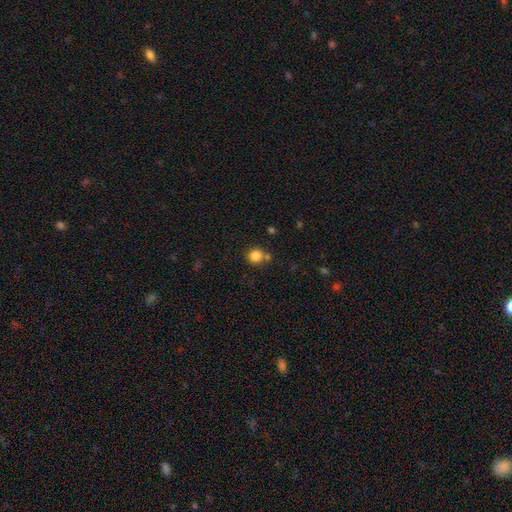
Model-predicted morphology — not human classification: Smooth or featured?
  - smooth: 84% *
  - star or artifact: 11%
  - featured or disk: 5%
How rounded?
  - round: 88% *
  - in between: 12%
  - cigar-shaped: 1%
Merging?
  - none: 70% *
  - merger: 15%
  - minor disturbance: 11%
  - major disturbance: 4%